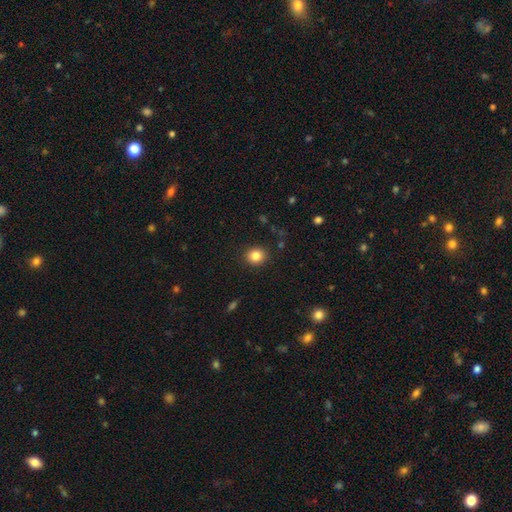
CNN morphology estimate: This is clearly a smooth galaxy (84%). How rounded: likely round (78%). Merging: clearly none (90%).